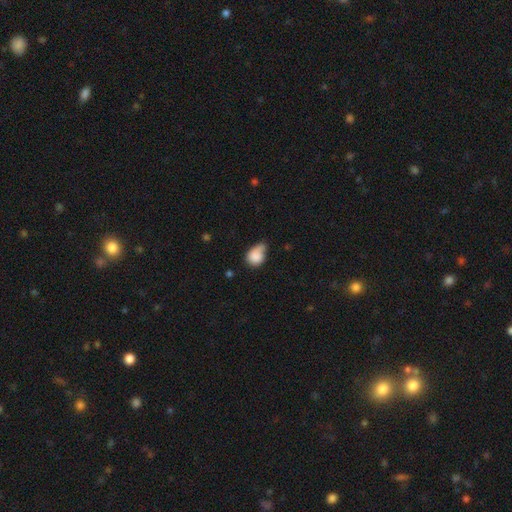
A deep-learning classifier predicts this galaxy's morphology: smooth_or_featured: smooth (p=0.81) [alt: featured or disk p=0.11]
how_rounded: in between (p=0.62) [alt: round p=0.36]
merging: minor disturbance (p=0.42) [alt: none p=0.30]